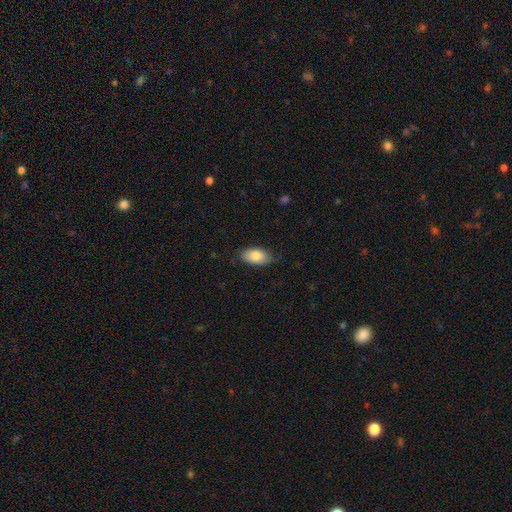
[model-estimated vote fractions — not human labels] Smooth or featured: smooth — 83% (featured or disk — 10%)
How rounded: in between — 93% (round — 4%)
Merging: none — 73% (minor disturbance — 22%)